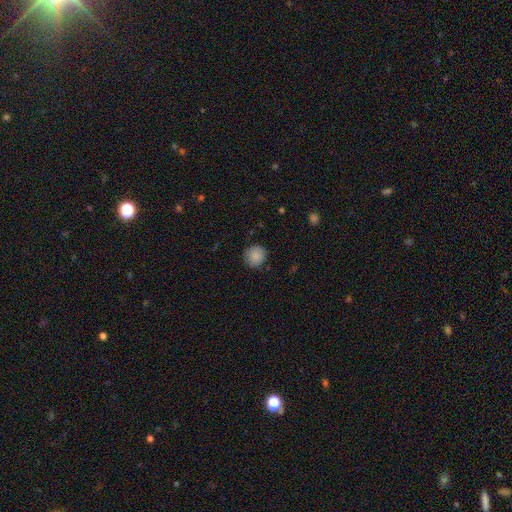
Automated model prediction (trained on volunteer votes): This appears to be a smooth galaxy with no disk features (87%) that is round (90%). Merging: none (85%).